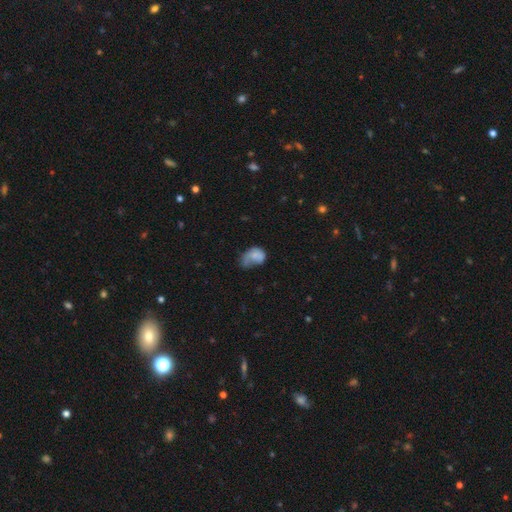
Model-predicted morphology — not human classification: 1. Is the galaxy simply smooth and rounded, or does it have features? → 65% smooth, 26% featured or disk, 9% star or artifact.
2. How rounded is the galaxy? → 72% in between, 27% round, 1% cigar-shaped.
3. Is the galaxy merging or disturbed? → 40% major disturbance, 31% minor disturbance, 22% none, 6% merger.